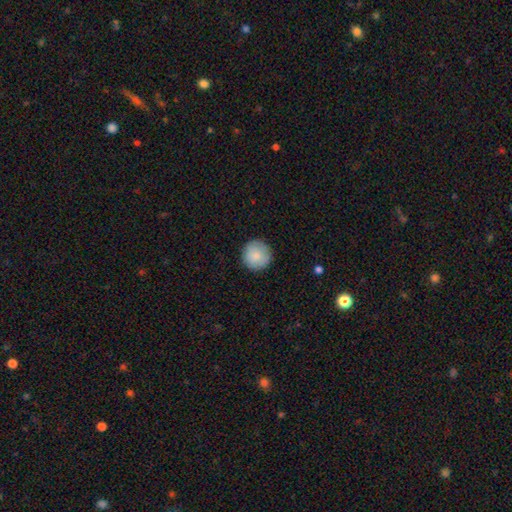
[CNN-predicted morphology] Smooth or featured?
  - smooth: 87% *
  - star or artifact: 7%
  - featured or disk: 7%
How rounded?
  - round: 96% *
  - in between: 3%
  - cigar-shaped: 1%
Merging?
  - none: 90% *
  - minor disturbance: 7%
  - major disturbance: 2%
  - merger: 1%